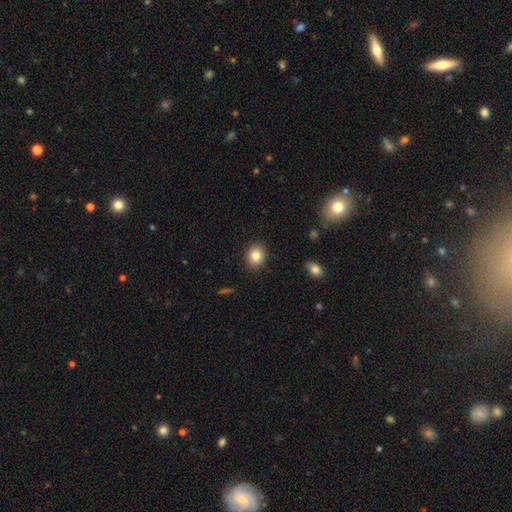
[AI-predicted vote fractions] smooth_or_featured: smooth (p=0.83) [alt: star or artifact p=0.09]
how_rounded: round (p=0.59) [alt: in between p=0.40]
merging: none (p=0.90) [alt: minor disturbance p=0.07]